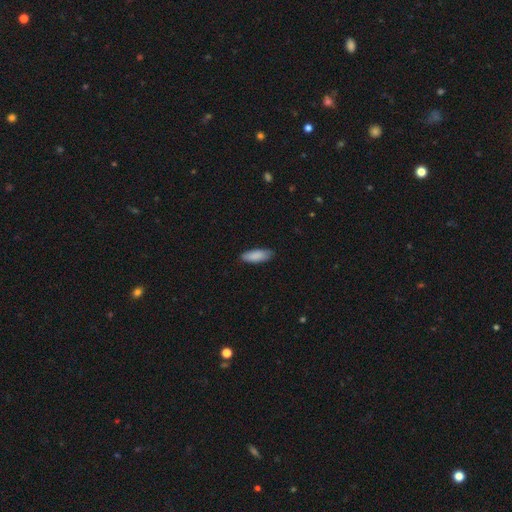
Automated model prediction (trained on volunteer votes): This is clearly a smooth galaxy (88%). How rounded: likely in between (72%). Merging: clearly none (83%).